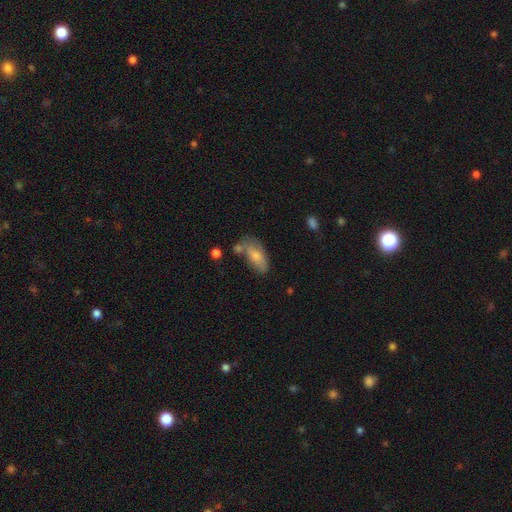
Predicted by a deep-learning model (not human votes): Overall: smooth (73%). How rounded: in between (87%). Merging: none (49%; minor disturbance 26%).